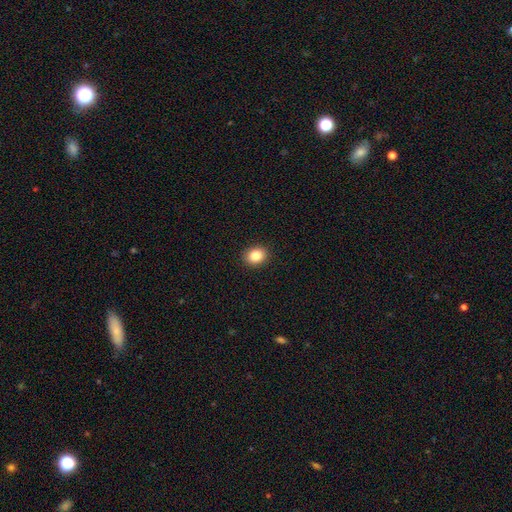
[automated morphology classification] This is clearly a smooth galaxy (86%). How rounded: possibly round (54%). Merging: clearly none (91%).